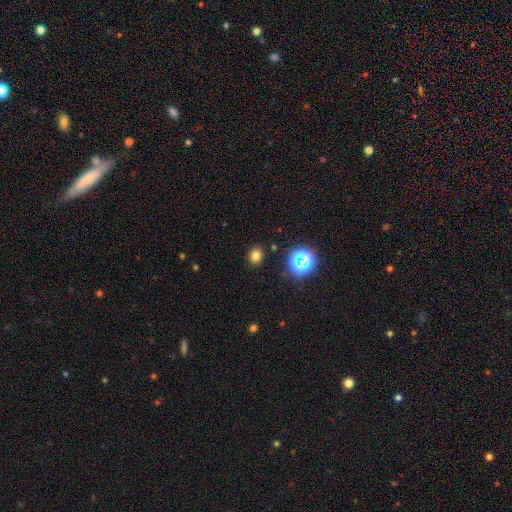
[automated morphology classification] Q: Smooth or featured?
A: smooth (75%); runner-up: star or artifact (19%)
Q: How rounded?
A: round (54%); runner-up: in between (45%)
Q: Merging?
A: none (87%); runner-up: minor disturbance (8%)